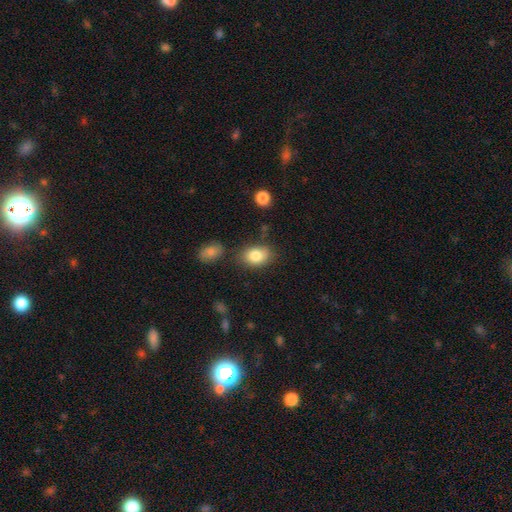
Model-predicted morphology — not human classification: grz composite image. It shows a smooth galaxy with no disk features (82%) that is in between round and cigar-shaped (77%). Merging: none (72%).